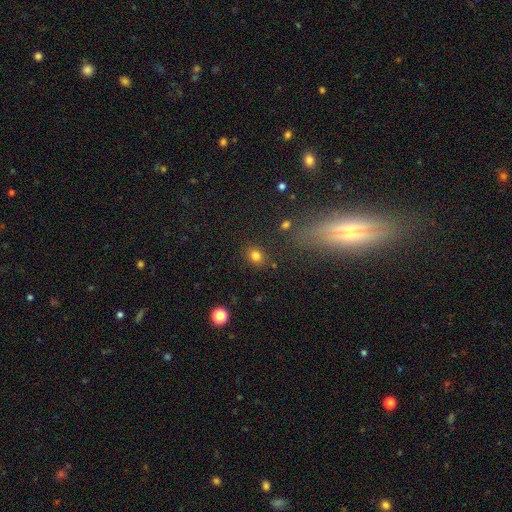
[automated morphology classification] smooth_or_featured: smooth (p=0.80) [alt: star or artifact p=0.13]
how_rounded: round (p=0.54) [alt: in between p=0.45]
merging: none (p=0.82) [alt: minor disturbance p=0.11]